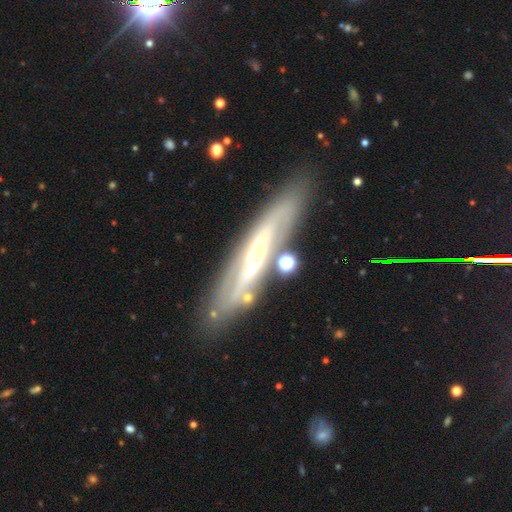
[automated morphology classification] Smooth or featured? Predicted: featured or disk (p=0.71). Edge-on disk? Predicted: yes (p=0.60). Merging? Predicted: none (p=0.79).